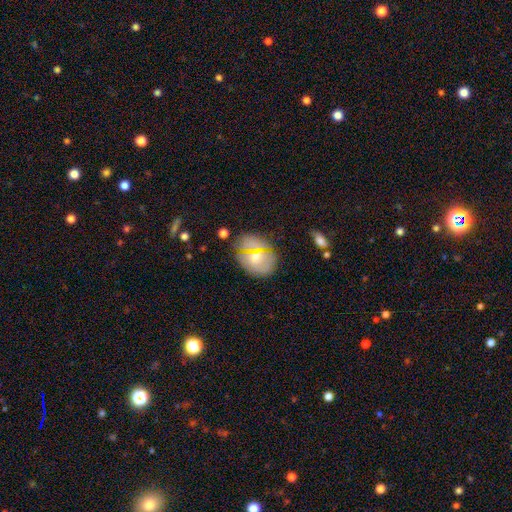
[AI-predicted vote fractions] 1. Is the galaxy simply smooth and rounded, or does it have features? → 58% smooth, 26% featured or disk, 16% star or artifact.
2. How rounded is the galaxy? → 55% in between, 42% round, 2% cigar-shaped.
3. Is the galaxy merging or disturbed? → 68% none, 19% minor disturbance, 7% major disturbance, 7% merger.